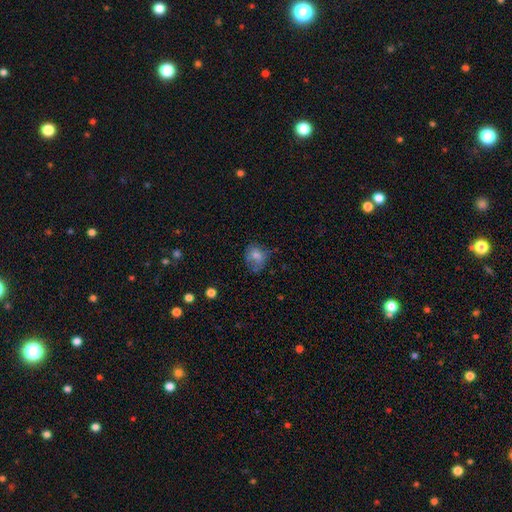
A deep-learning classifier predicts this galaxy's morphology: Smooth or featured? smooth (69%)
How rounded? round (54%)
Merging? none (49%)